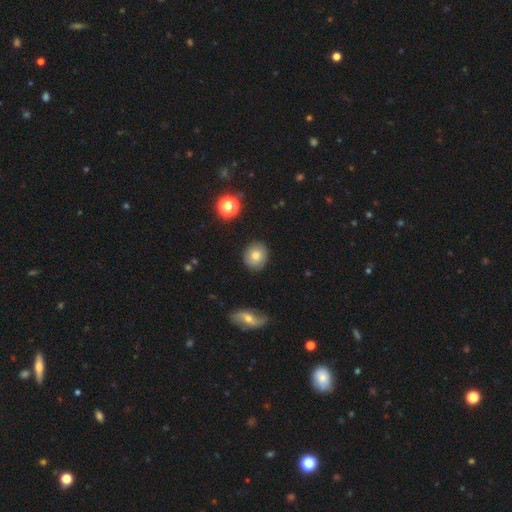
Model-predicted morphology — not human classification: Overall: smooth (70%). How rounded: round (80%). Merging: none (85%).